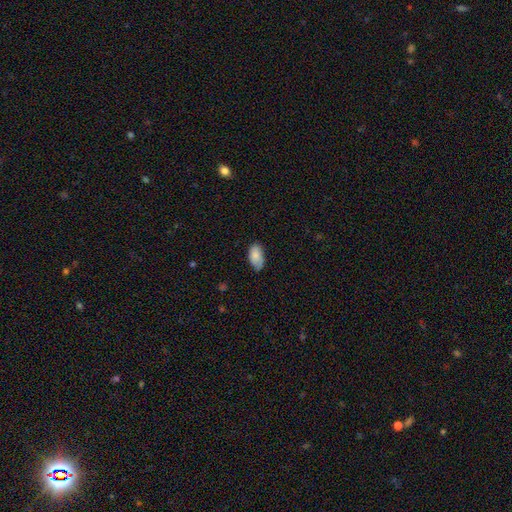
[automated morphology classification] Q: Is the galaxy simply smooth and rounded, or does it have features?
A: smooth — 83%.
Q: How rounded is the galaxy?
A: in between — 95%.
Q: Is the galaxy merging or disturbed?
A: none — 69%.